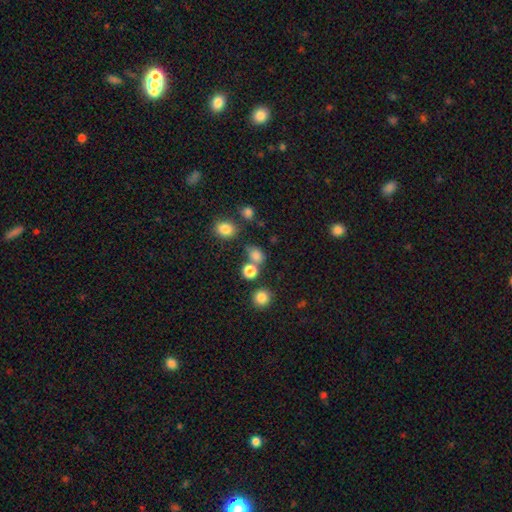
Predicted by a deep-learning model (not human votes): Smooth or featured? smooth (79%)
How rounded? round (53%)
Merging? none (58%)